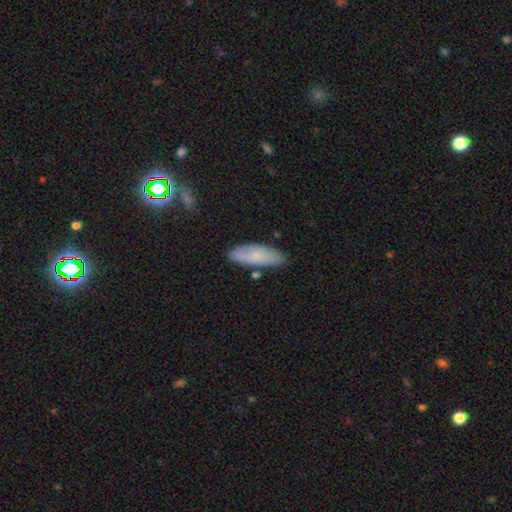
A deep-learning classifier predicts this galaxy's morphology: A smooth galaxy with no disk features (72%) that is in between round and cigar-shaped (65%). Merging: none (79%).